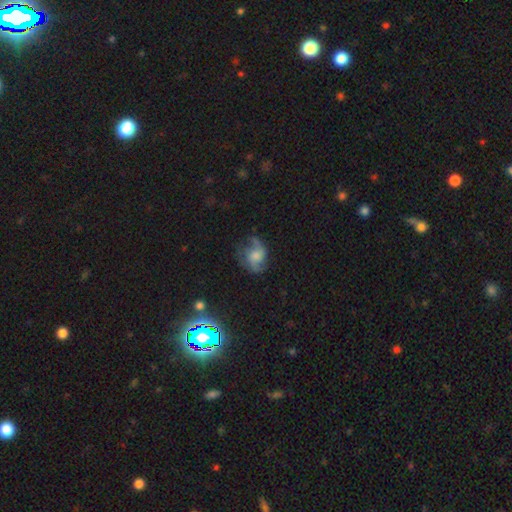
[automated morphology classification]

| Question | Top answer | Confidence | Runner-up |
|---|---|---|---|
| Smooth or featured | featured or disk | 64% | smooth (26%) |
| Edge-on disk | no | 97% | yes (3%) |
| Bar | no | 65% | weak (30%) |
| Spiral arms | yes | 89% | no (11%) |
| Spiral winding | loose | 44% | medium (42%) |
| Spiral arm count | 2 | 67% | can't tell (12%) |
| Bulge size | moderate | 37% | small (24%) |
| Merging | none | 55% | minor disturbance (24%) |